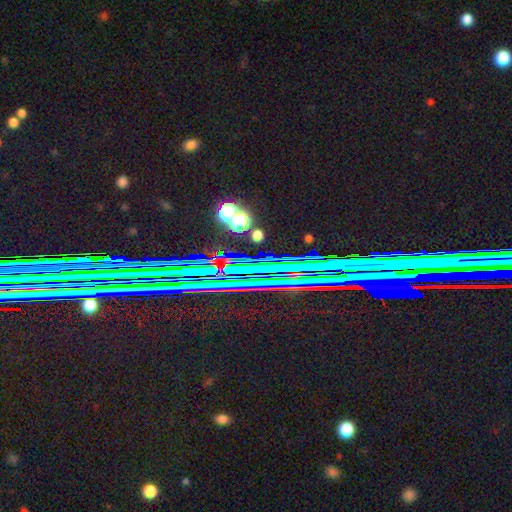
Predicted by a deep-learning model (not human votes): Q: Smooth or featured?
A: star or artifact (76%); runner-up: smooth (13%)